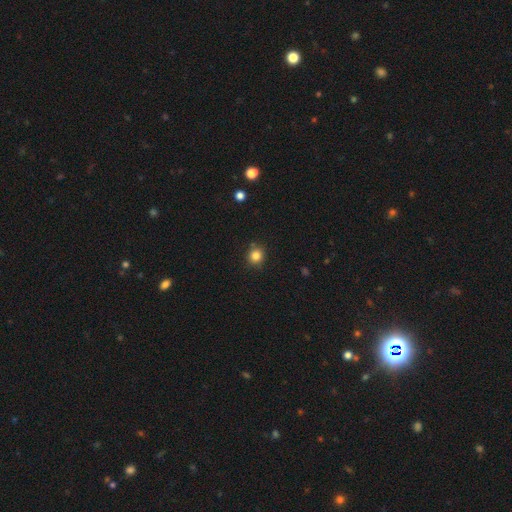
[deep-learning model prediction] This appears to be a smooth galaxy with no disk features (83%) that is round (89%). Merging: none (86%).